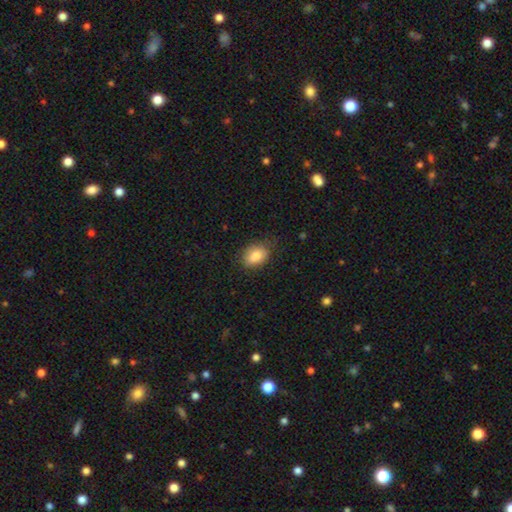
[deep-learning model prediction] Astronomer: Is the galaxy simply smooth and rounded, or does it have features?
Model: smooth — 86%.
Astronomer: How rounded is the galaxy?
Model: in between — 84%.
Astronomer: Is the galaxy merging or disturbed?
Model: none — 75%.